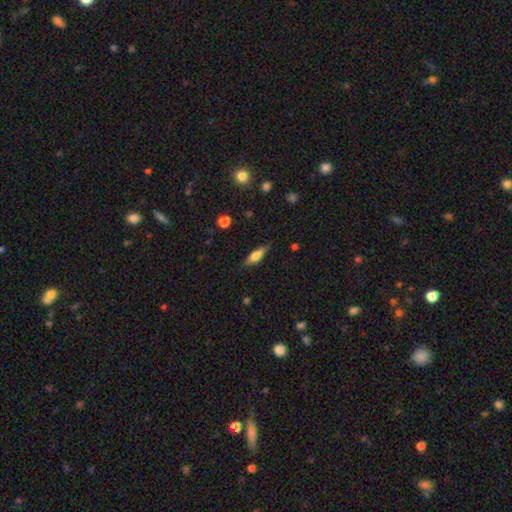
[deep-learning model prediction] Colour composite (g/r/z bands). It shows a smooth galaxy with no disk features (55%) that is cigar-shaped (50%). Merging: none (83%).